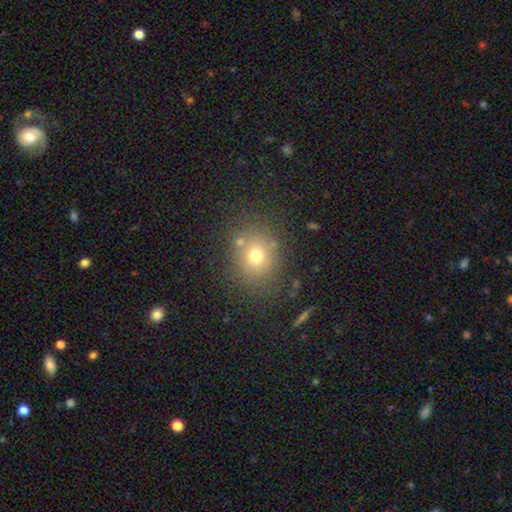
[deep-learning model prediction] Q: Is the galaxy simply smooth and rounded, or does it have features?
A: smooth — 70%.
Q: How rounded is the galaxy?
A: round — 74%.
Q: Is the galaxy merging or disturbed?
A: none — 79%.